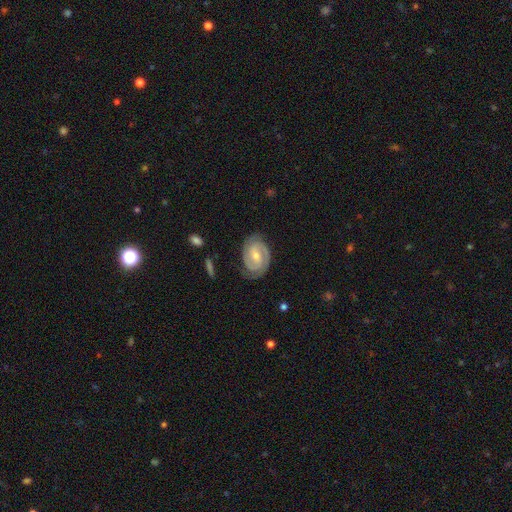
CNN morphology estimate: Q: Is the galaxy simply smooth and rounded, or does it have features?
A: featured or disk — 86%.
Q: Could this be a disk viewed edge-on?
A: no — 97%.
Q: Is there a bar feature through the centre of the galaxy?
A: weak — 47%.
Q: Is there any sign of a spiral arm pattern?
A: yes — 97%.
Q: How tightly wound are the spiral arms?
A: tight — 66%.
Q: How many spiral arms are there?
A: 2 — 83%.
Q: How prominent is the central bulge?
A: small — 52%.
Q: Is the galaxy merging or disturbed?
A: none — 79%.